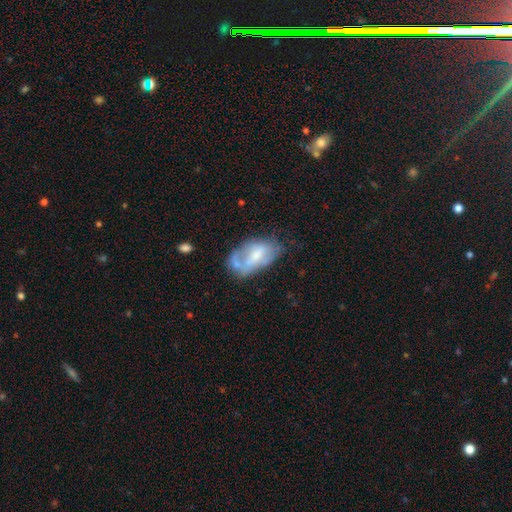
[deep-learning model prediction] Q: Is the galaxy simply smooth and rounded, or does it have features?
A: featured or disk — 51%.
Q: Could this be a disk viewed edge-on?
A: no — 94%.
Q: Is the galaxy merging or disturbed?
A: none — 38%.